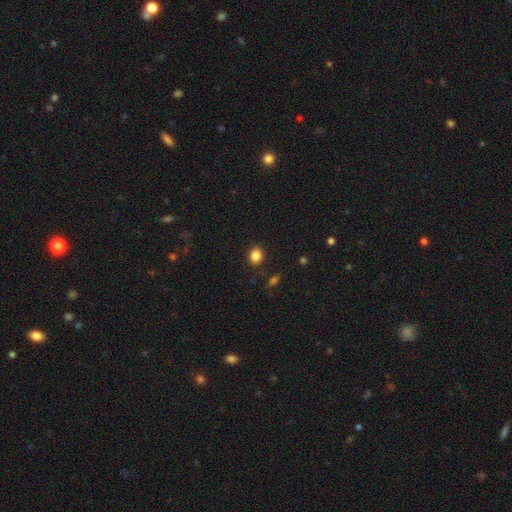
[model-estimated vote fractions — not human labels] A smooth galaxy with no disk features (85%) that is round (60%). Merging: none (87%).